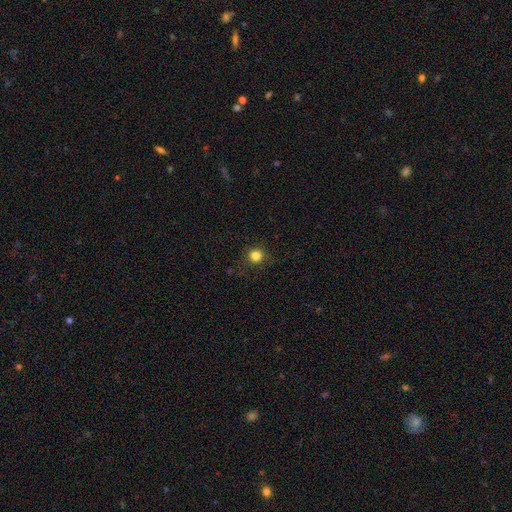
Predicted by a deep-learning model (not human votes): smooth-or-featured: smooth: 83% | star or artifact: 13% | featured or disk: 5%
  how-rounded: round: 92% | in between: 7% | cigar-shaped: 1%
  merging: none: 88% | minor disturbance: 8% | major disturbance: 3% | merger: 1%